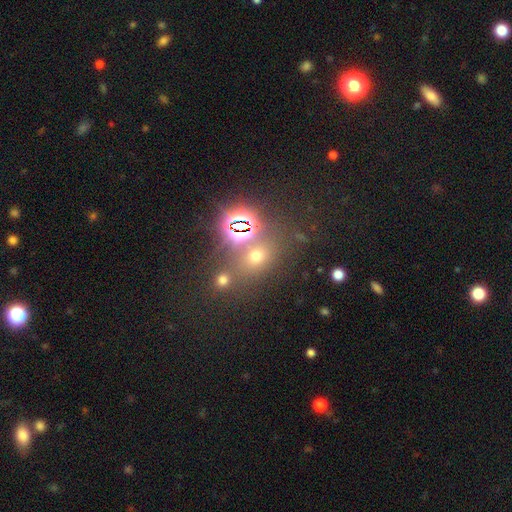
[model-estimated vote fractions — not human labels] A smooth galaxy with no disk features (50%) that is round (61%). Merging: none (66%).